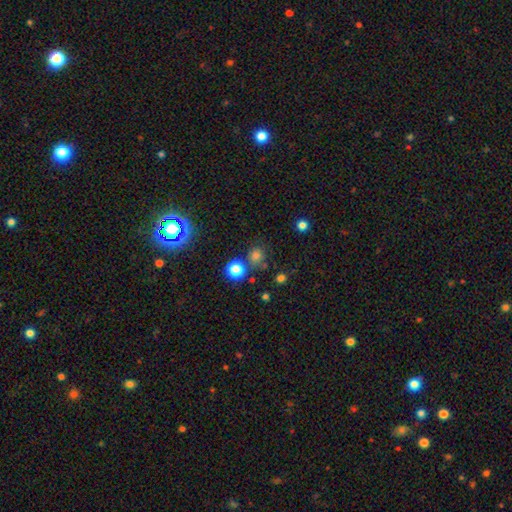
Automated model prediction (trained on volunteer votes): This is likely a smooth galaxy (72%). How rounded: clearly round (88%). Merging: likely none (75%).